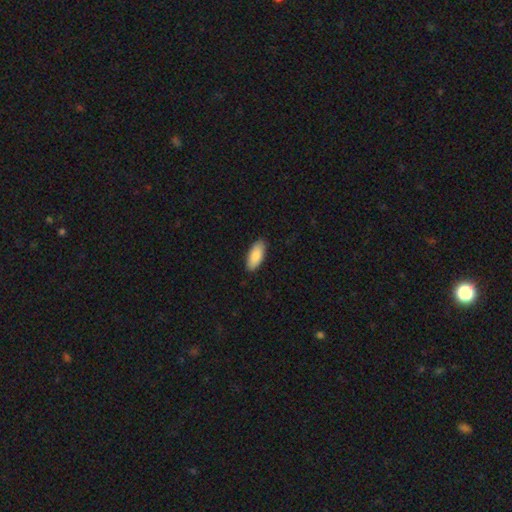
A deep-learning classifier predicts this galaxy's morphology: type=smooth (88%); roundness=in between (87%); merging=none (88%).